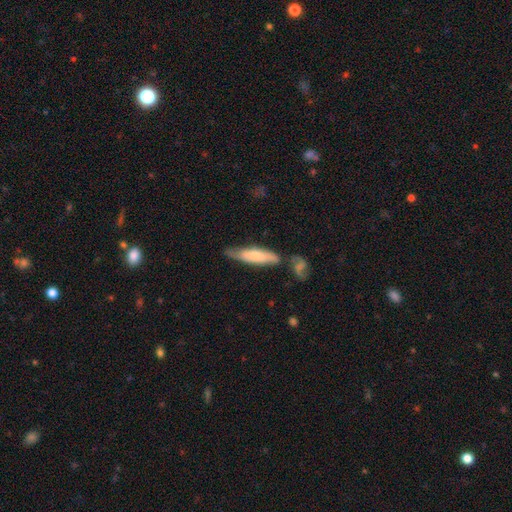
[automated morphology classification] smooth 58%, featured or disk 36%, star or artifact 5%. Down the decision tree: how rounded — cigar-shaped (70%); merging — none (58%).